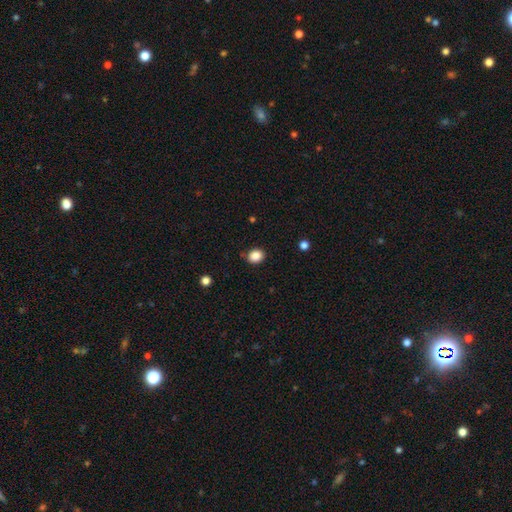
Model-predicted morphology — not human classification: type=smooth (87%); roundness=round (61%); merging=none (86%).